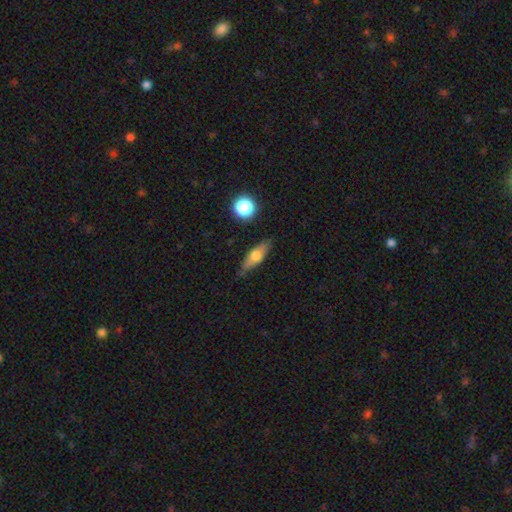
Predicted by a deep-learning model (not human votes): smooth_or_featured: smooth (p=0.56) [alt: featured or disk p=0.36]
how_rounded: in between (p=0.54) [alt: cigar-shaped p=0.41]
merging: none (p=0.78) [alt: minor disturbance p=0.16]